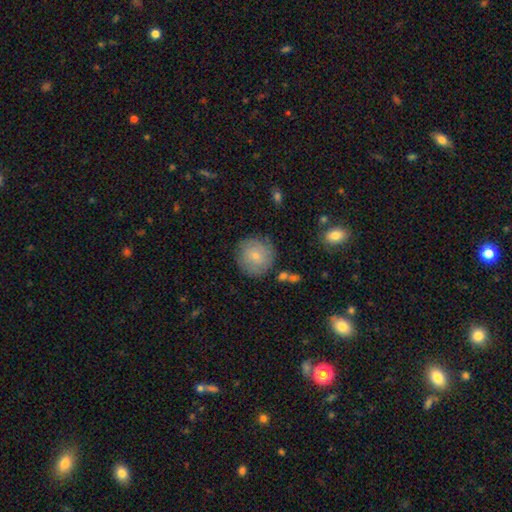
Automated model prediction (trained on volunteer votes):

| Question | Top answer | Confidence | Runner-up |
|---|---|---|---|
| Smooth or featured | smooth | 66% | featured or disk (27%) |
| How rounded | round | 94% | in between (5%) |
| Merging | none | 82% | minor disturbance (12%) |